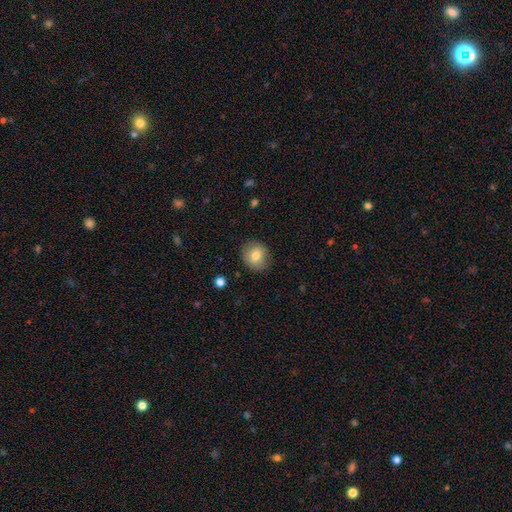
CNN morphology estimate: Q: Smooth or featured?
A: smooth (76%); runner-up: featured or disk (15%)
Q: How rounded?
A: round (77%); runner-up: in between (22%)
Q: Merging?
A: none (85%); runner-up: minor disturbance (11%)